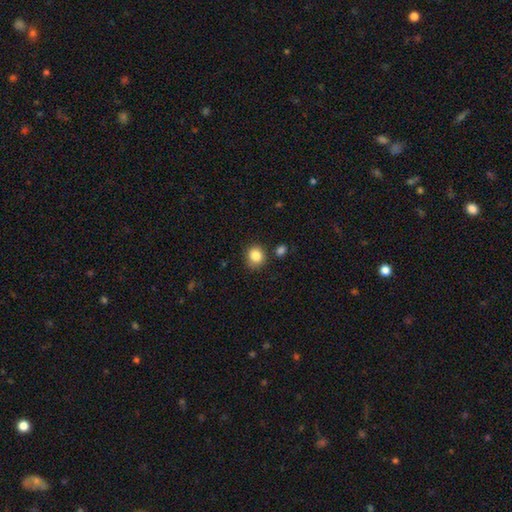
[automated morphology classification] Q: Smooth or featured?
A: smooth (86%); runner-up: star or artifact (10%)
Q: How rounded?
A: round (82%); runner-up: in between (17%)
Q: Merging?
A: none (80%); runner-up: minor disturbance (12%)